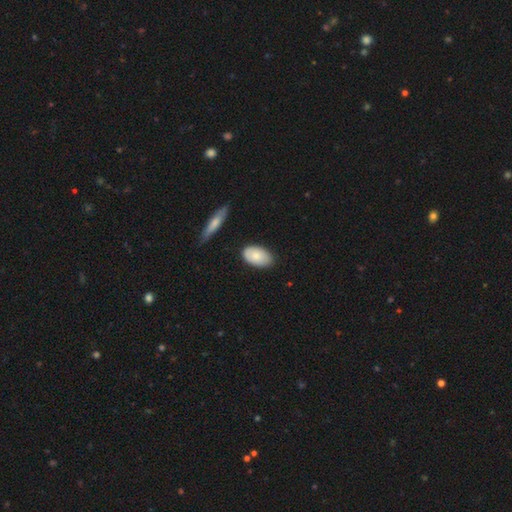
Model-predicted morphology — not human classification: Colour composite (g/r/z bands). It shows a smooth galaxy with no disk features (80%) that is in between round and cigar-shaped (94%). Merging: none (78%).